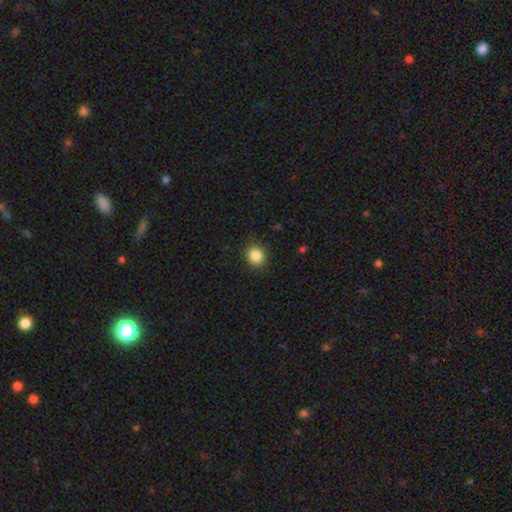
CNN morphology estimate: A smooth galaxy with no disk features (86%) that is round (75%). Merging: none (90%).